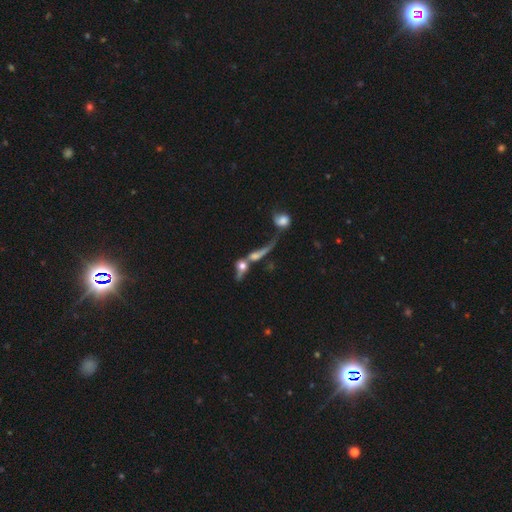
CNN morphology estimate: Q: Smooth or featured?
A: smooth (43%); tied with: featured or disk (43%)
Q: Merging?
A: merger (64%); runner-up: major disturbance (17%)